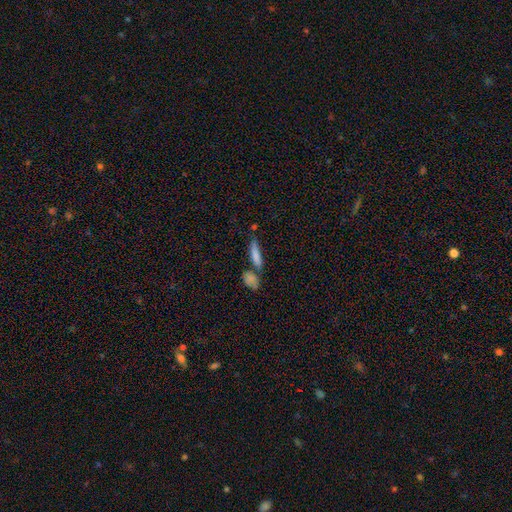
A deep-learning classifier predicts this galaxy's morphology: Q: Smooth or featured?
A: smooth (77%); runner-up: featured or disk (15%)
Q: How rounded?
A: cigar-shaped (71%); runner-up: in between (26%)
Q: Merging?
A: none (52%); runner-up: merger (27%)